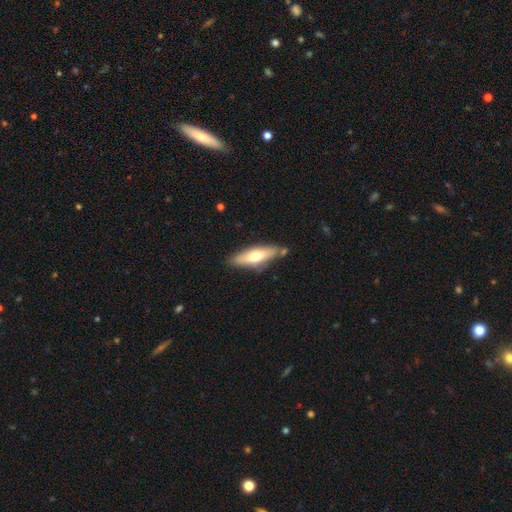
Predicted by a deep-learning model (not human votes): The model was most divided on "how rounded": cigar-shaped: 57%, in between: 41%, round: 2%. More confident: merging — none (73%); smooth or featured — smooth (56%).